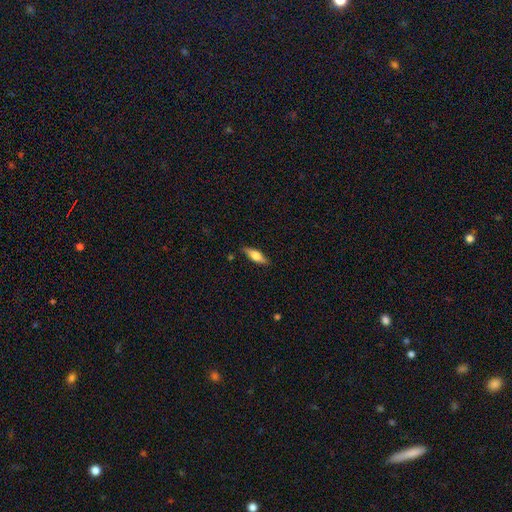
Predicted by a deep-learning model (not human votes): smooth_or_featured: smooth (p=0.54) [alt: featured or disk p=0.40]
how_rounded: in between (p=0.50) [alt: cigar-shaped p=0.47]
merging: none (p=0.84) [alt: minor disturbance p=0.12]